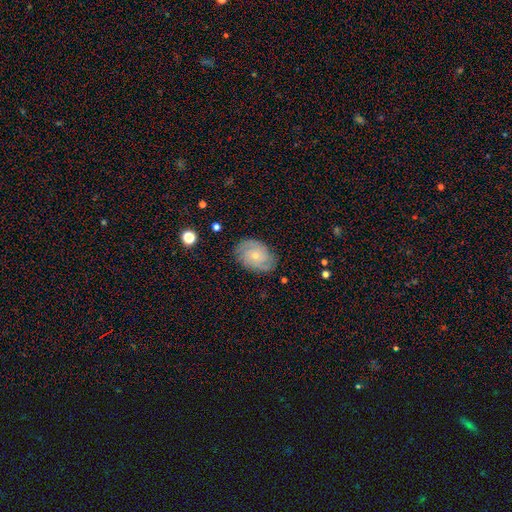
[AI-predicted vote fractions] Q: Smooth or featured?
A: featured or disk (66%); runner-up: smooth (26%)
Q: Edge-on disk?
A: no (97%); runner-up: yes (3%)
Q: Bar?
A: no (79%); runner-up: weak (18%)
Q: Spiral arms?
A: yes (90%); runner-up: no (10%)
Q: Spiral winding?
A: tight (61%); runner-up: medium (30%)
Q: Spiral arm count?
A: 2 (35%); runner-up: can't tell (33%)
Q: Bulge size?
A: small (75%); runner-up: moderate (22%)
Q: Merging?
A: none (80%); runner-up: minor disturbance (15%)